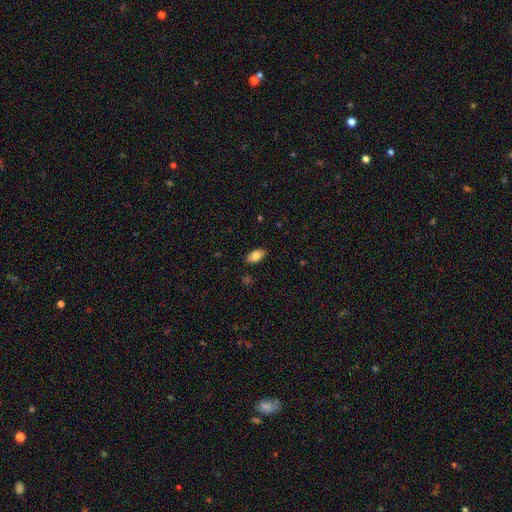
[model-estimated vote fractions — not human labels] The model was most divided on "smooth or featured": smooth: 80%, featured or disk: 13%, star or artifact: 7%. More confident: how rounded — in between (92%); merging — none (86%).